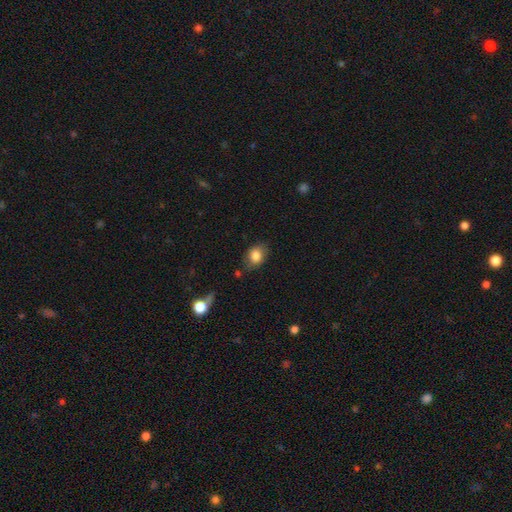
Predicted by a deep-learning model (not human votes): Morphology: type=smooth (82%); roundness=in between (62%); merging=none (74%).